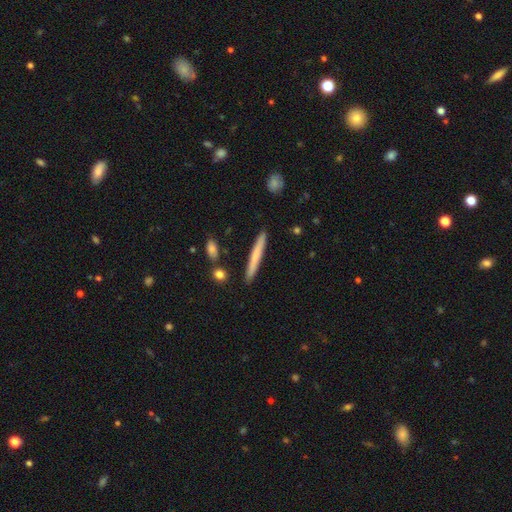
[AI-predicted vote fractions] smooth-or-featured: smooth: 63% | featured or disk: 32% | star or artifact: 6%
  how-rounded: cigar-shaped: 96% | in between: 2% | round: 1%
  merging: none: 90% | minor disturbance: 7% | merger: 2% | major disturbance: 1%